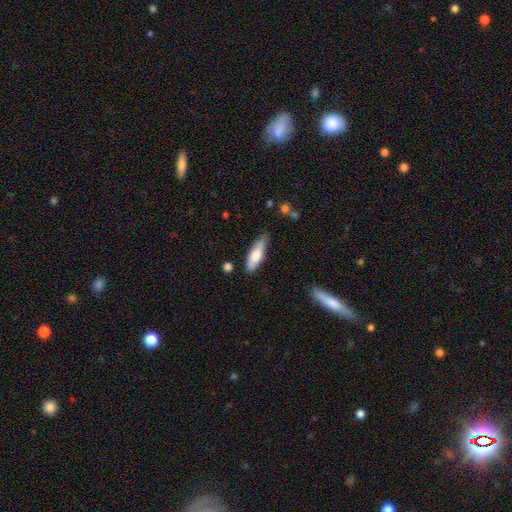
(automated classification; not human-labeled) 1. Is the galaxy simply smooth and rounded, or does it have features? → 71% smooth, 23% featured or disk, 6% star or artifact.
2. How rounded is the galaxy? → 51% in between, 47% cigar-shaped, 2% round.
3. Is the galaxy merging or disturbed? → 73% none, 20% minor disturbance, 4% major disturbance, 3% merger.